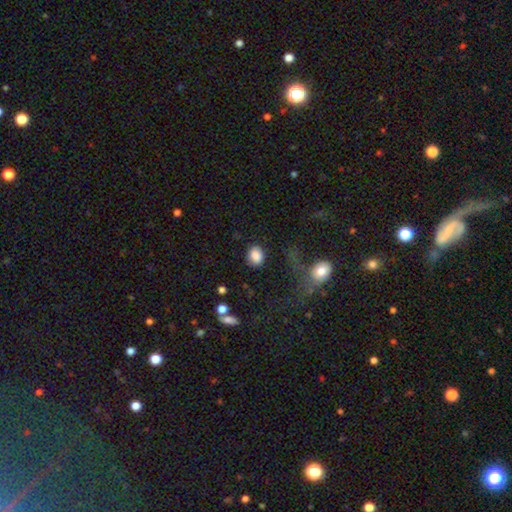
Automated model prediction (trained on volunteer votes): Smooth or featured: smooth — 86% (star or artifact — 8%)
How rounded: in between — 51% (round — 47%)
Merging: none — 80% (minor disturbance — 11%)